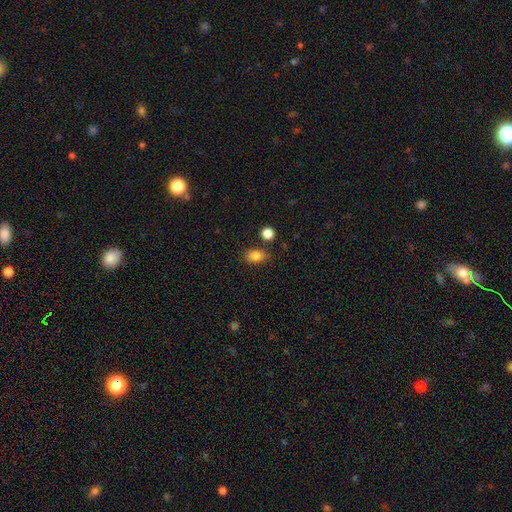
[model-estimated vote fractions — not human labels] This appears to be a smooth galaxy with no disk features (85%) that is in between round and cigar-shaped (75%). Merging: none (75%).